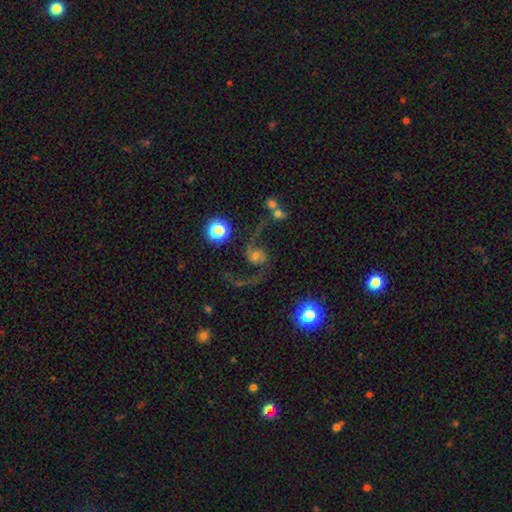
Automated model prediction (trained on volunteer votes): Q: Smooth or featured?
A: featured or disk (81%); runner-up: smooth (10%)
Q: Edge-on disk?
A: no (98%); runner-up: yes (2%)
Q: Bar?
A: no (58%); runner-up: weak (32%)
Q: Spiral arms?
A: yes (95%); runner-up: no (5%)
Q: Spiral winding?
A: loose (81%); runner-up: medium (16%)
Q: Spiral arm count?
A: 2 (92%); runner-up: 1 (4%)
Q: Bulge size?
A: moderate (46%); runner-up: small (30%)
Q: Merging?
A: none (54%); runner-up: major disturbance (21%)